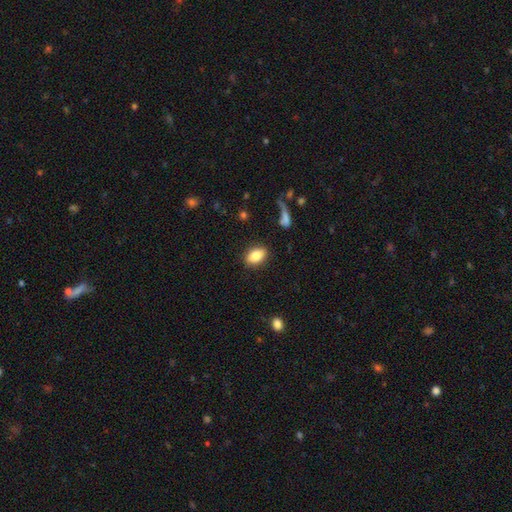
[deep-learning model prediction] smooth-or-featured: smooth: 85% | star or artifact: 8% | featured or disk: 7%
  how-rounded: in between: 86% | round: 10% | cigar-shaped: 3%
  merging: none: 86% | minor disturbance: 9% | major disturbance: 3% | merger: 2%